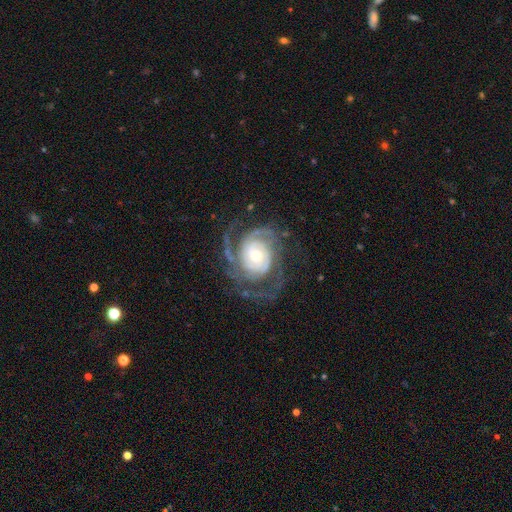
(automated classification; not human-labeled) Smooth or featured? featured or disk (91%)
Edge-on disk? no (98%)
Bar? no (70%)
Spiral arms? yes (98%)
Spiral winding? tight (61%)
Spiral arm count? 2 (39%)
Bulge size? moderate (46%)
Merging? none (70%)